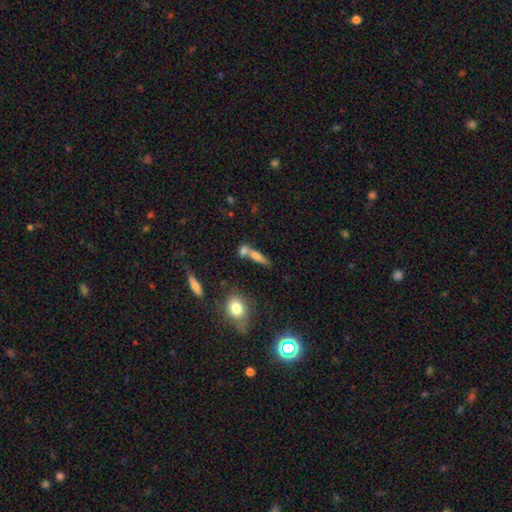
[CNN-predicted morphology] This appears to be a smooth galaxy with no disk features (63%) that is cigar-shaped (61%). Merging: none (42%).